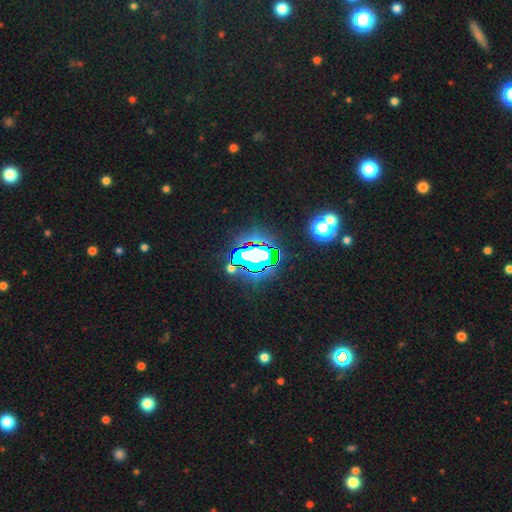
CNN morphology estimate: smooth-or-featured: star or artifact: 68% | smooth: 17% | featured or disk: 15%